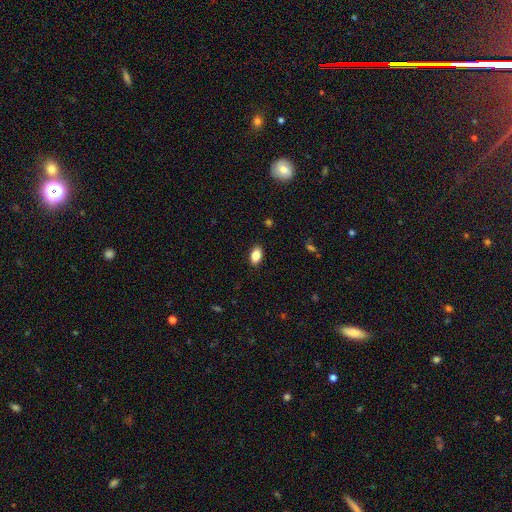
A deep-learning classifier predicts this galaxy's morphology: A smooth galaxy with no disk features (85%) that is in between round and cigar-shaped (90%). Merging: none (89%).